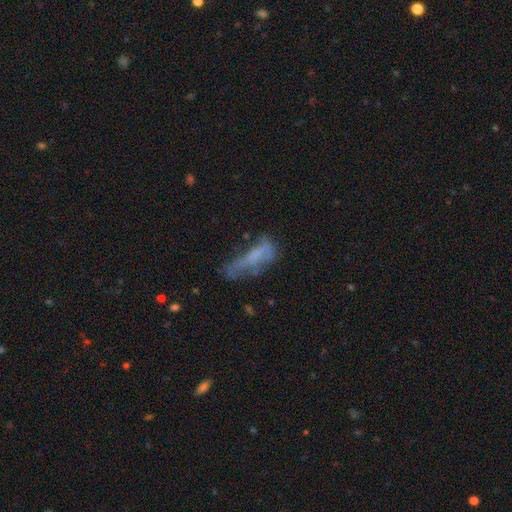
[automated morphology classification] Smooth or featured? Predicted: smooth (p=0.46). Merging? Predicted: none (p=0.34).